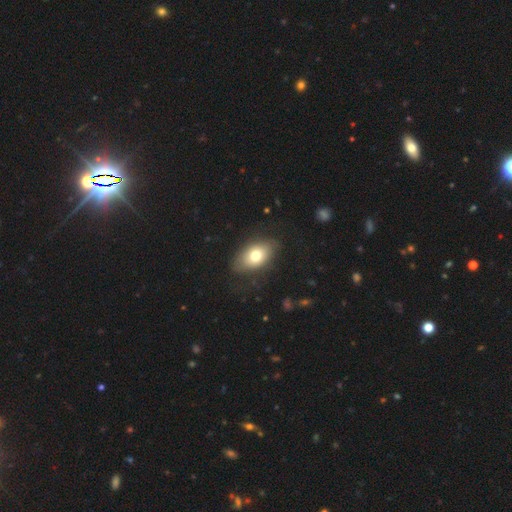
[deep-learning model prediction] Smooth or featured? smooth (73%)
How rounded? in between (89%)
Merging? none (77%)